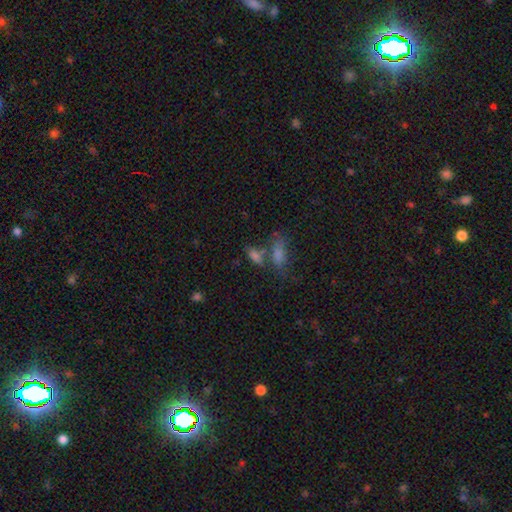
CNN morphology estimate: smooth 73%, star or artifact 14%, featured or disk 13%. Down the decision tree: how rounded — in between (73%); merging — merger (41%).